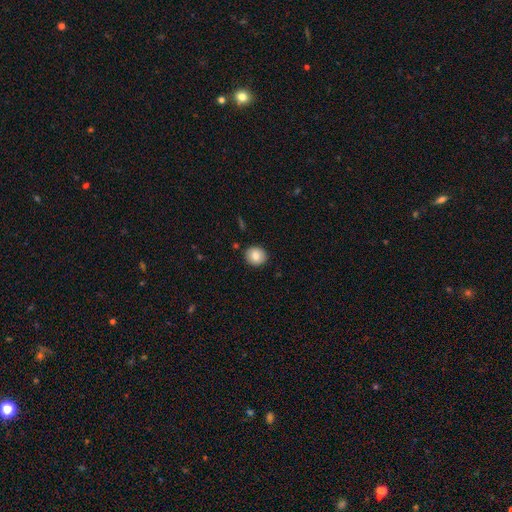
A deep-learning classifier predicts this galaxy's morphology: Smooth or featured: smooth — 83% (featured or disk — 9%)
How rounded: round — 86% (in between — 14%)
Merging: none — 90% (minor disturbance — 7%)